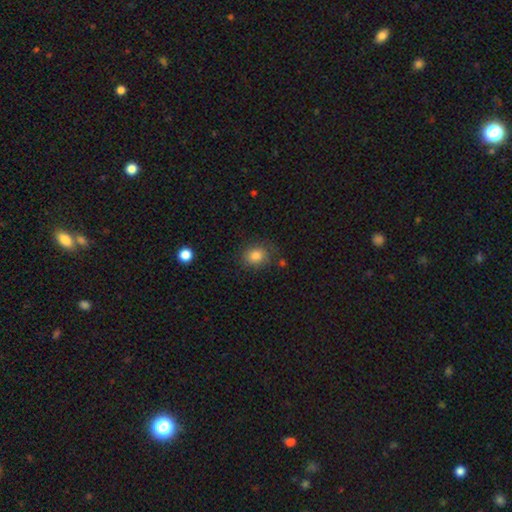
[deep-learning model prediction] smooth_or_featured: smooth (p=0.83) [alt: star or artifact p=0.10]
how_rounded: round (p=0.57) [alt: in between p=0.42]
merging: none (p=0.74) [alt: minor disturbance p=0.17]